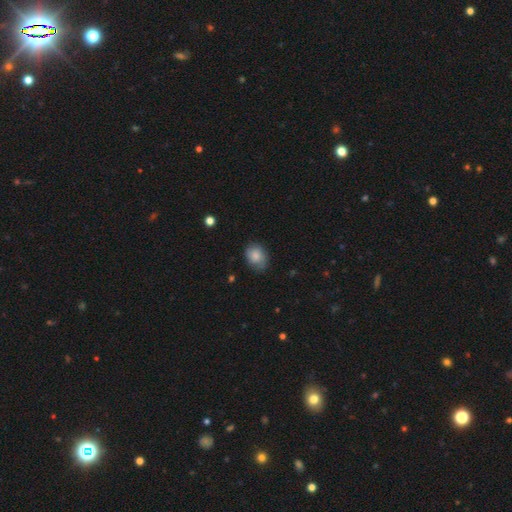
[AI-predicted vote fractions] smooth_or_featured: smooth (p=0.79) [alt: featured or disk p=0.13]
how_rounded: in between (p=0.67) [alt: round p=0.32]
merging: none (p=0.72) [alt: minor disturbance p=0.23]